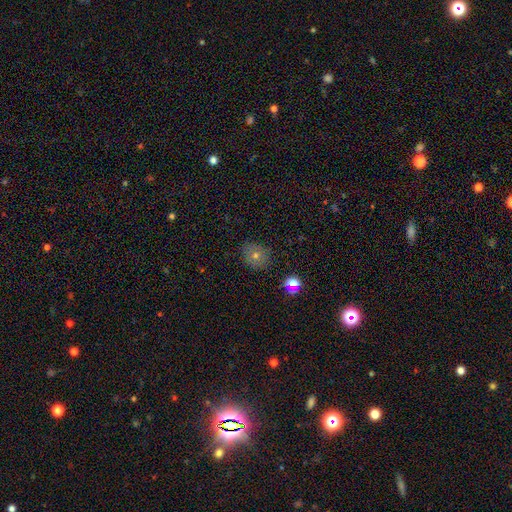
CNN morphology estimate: This appears to be a smooth galaxy with no disk features (66%) that is round (75%). Merging: none (85%).